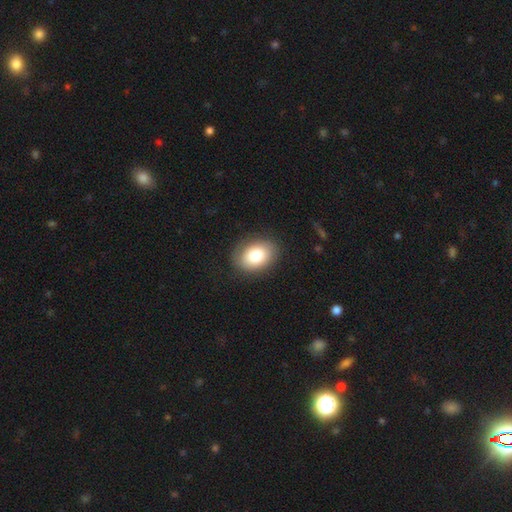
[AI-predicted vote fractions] This appears to be a smooth galaxy with no disk features (81%) that is in between round and cigar-shaped (77%). Merging: none (83%).